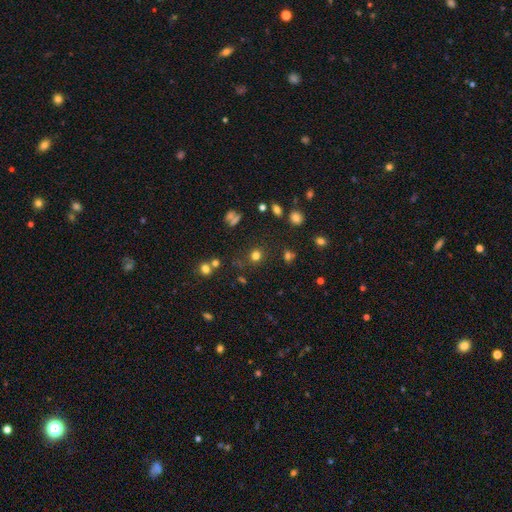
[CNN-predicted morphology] Overall: smooth (72%). How rounded: round (88%). Merging: none (82%).